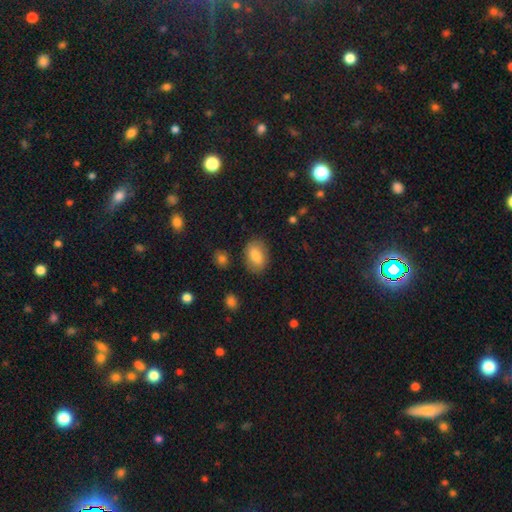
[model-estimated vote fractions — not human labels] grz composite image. It shows a smooth galaxy with no disk features (79%) that is in between round and cigar-shaped (86%). Merging: none (83%).